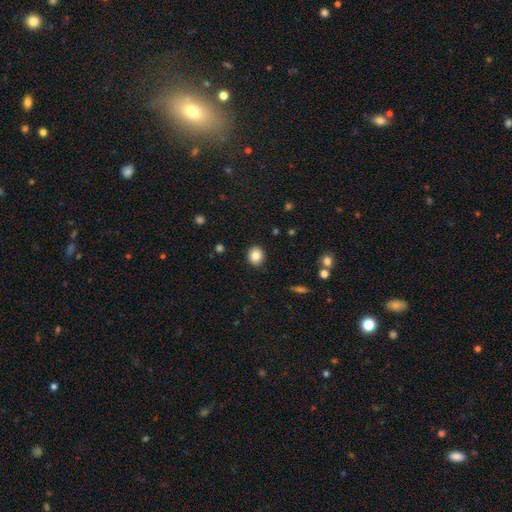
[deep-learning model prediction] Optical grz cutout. It shows a smooth galaxy with no disk features (84%) that is round (79%). Merging: none (91%).